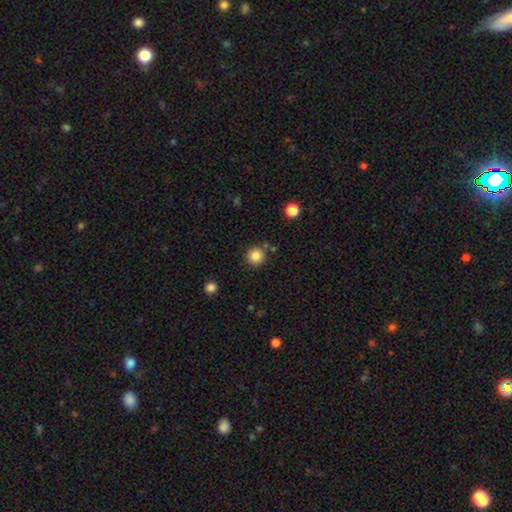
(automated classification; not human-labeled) This is clearly a smooth galaxy (85%). How rounded: clearly round (94%). Merging: clearly none (84%).